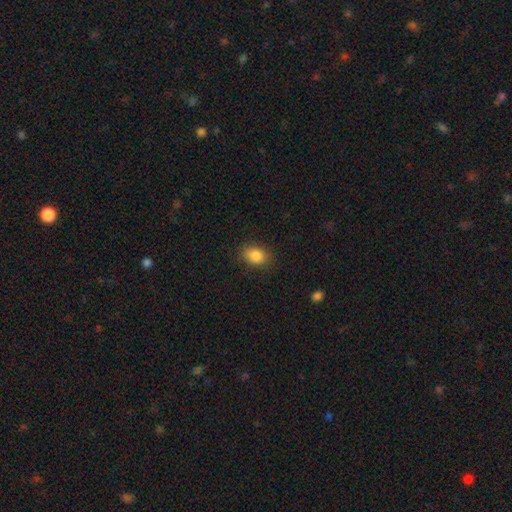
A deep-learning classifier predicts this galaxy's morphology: Q: Smooth or featured?
A: smooth (85%); runner-up: star or artifact (9%)
Q: How rounded?
A: in between (69%); runner-up: round (30%)
Q: Merging?
A: none (84%); runner-up: minor disturbance (12%)